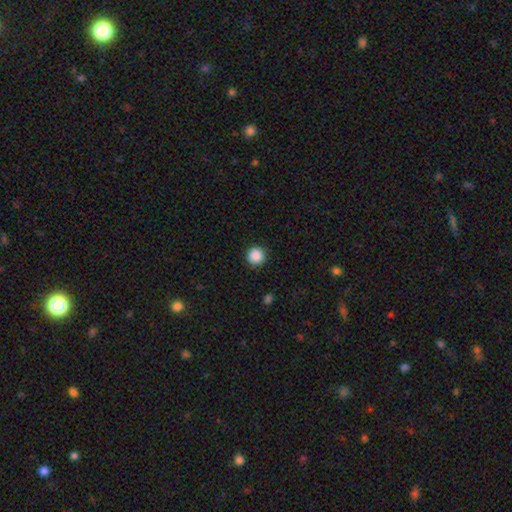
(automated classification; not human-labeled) Smooth or featured? smooth (88%)
How rounded? round (96%)
Merging? none (92%)